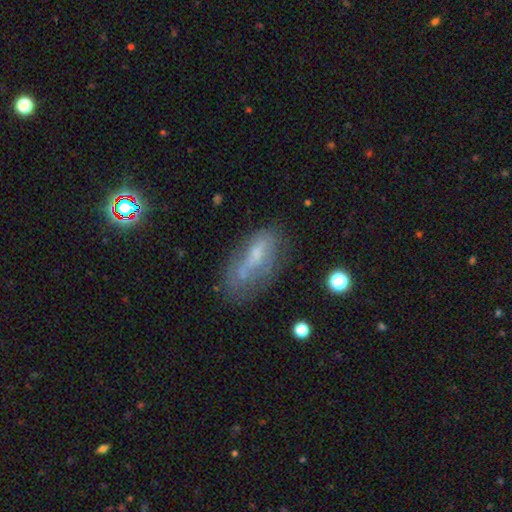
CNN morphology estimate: The model was most divided on "smooth or featured": smooth: 45%, featured or disk: 44%, star or artifact: 11%. Remaining: merging — none (43%).